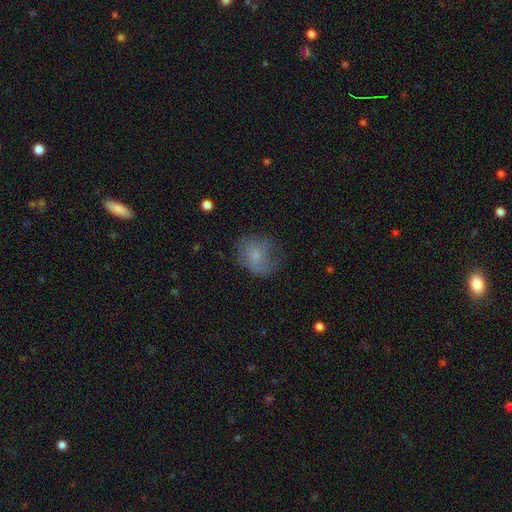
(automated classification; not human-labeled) Smooth or featured: smooth — 63% (featured or disk — 27%)
How rounded: round — 56% (in between — 43%)
Merging: none — 46% (minor disturbance — 29%)